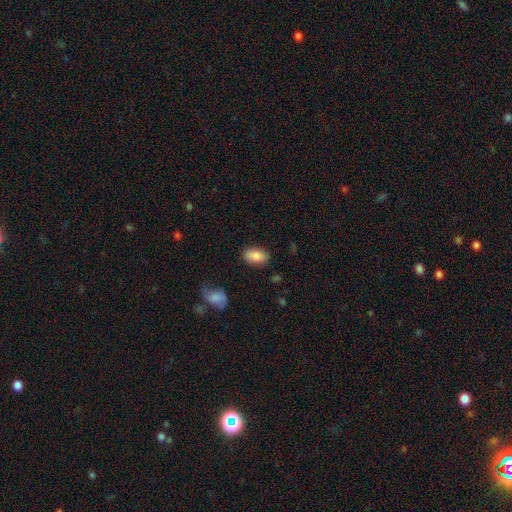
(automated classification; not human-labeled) smooth-or-featured: smooth: 85% | featured or disk: 8% | star or artifact: 7%
  how-rounded: in between: 93% | round: 5% | cigar-shaped: 2%
  merging: none: 85% | minor disturbance: 11% | major disturbance: 3% | merger: 2%